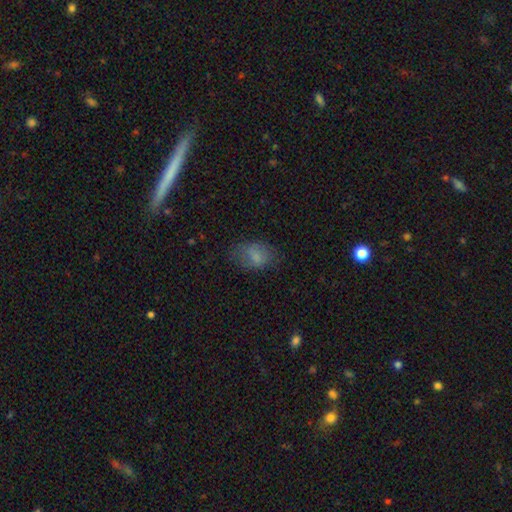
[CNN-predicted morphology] type=smooth (74%); roundness=in between (82%); merging=none (64%).